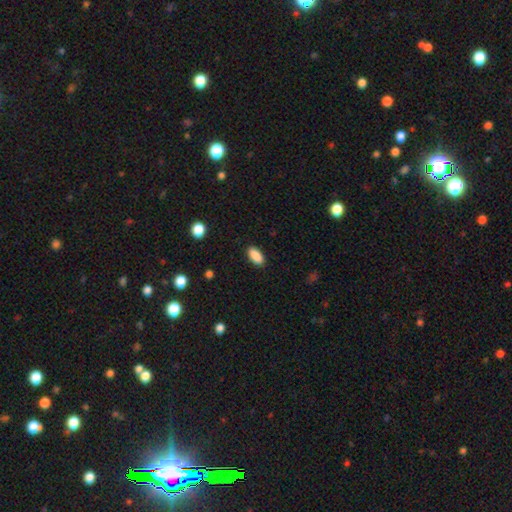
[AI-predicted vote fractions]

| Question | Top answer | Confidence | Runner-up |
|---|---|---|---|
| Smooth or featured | smooth | 89% | star or artifact (7%) |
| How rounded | in between | 90% | cigar-shaped (7%) |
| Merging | none | 89% | minor disturbance (8%) |